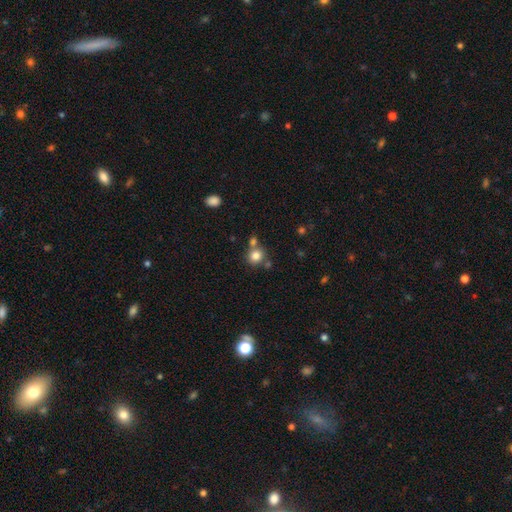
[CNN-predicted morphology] A smooth galaxy with no disk features (82%) that is round (85%). Merging: none (63%).